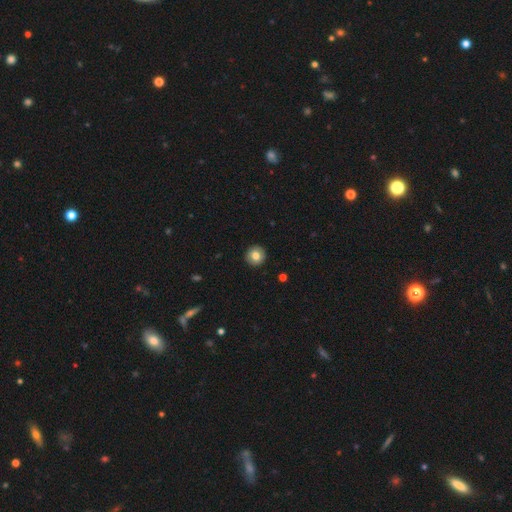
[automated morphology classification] smooth-or-featured: smooth: 80% | featured or disk: 11% | star or artifact: 8%
  how-rounded: round: 94% | in between: 5% | cigar-shaped: 1%
  merging: none: 92% | minor disturbance: 5% | major disturbance: 2% | merger: 1%